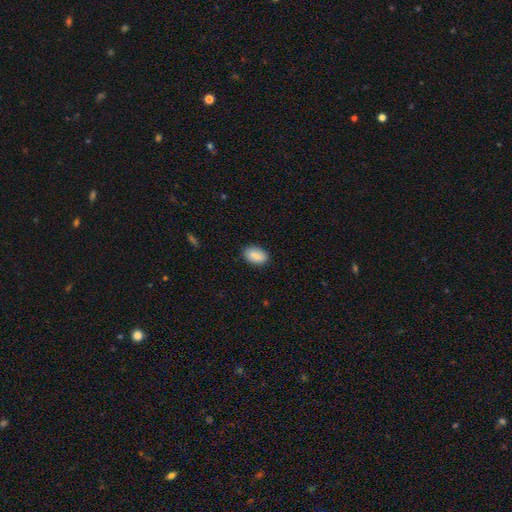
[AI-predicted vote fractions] Morphology: type=smooth (87%); roundness=in between (89%); merging=none (86%).